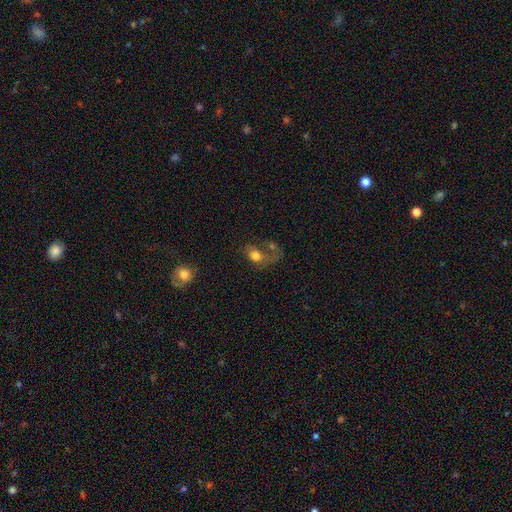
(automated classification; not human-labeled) Q: Smooth or featured?
A: smooth (64%); runner-up: featured or disk (25%)
Q: How rounded?
A: in between (64%); runner-up: round (34%)
Q: Merging?
A: merger (39%); runner-up: major disturbance (30%)